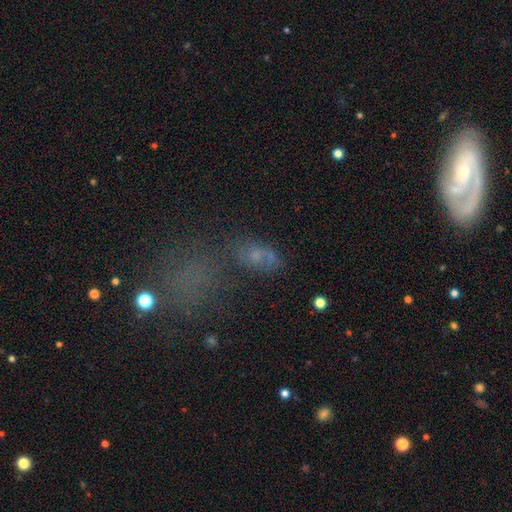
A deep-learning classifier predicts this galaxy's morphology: smooth 45%, star or artifact 31%, featured or disk 24%. Down the decision tree: merging — none (35%).